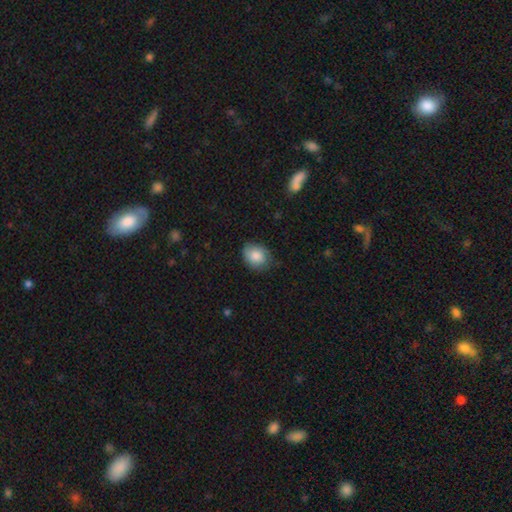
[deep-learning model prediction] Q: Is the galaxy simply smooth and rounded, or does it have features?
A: smooth — 81%.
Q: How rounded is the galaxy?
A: round — 50%.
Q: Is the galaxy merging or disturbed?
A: none — 68%.